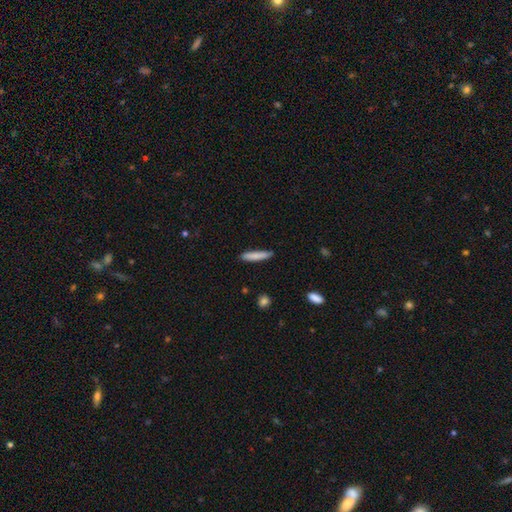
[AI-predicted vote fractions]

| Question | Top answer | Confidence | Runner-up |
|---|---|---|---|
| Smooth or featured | smooth | 82% | featured or disk (12%) |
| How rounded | cigar-shaped | 89% | in between (10%) |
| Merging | none | 85% | minor disturbance (12%) |